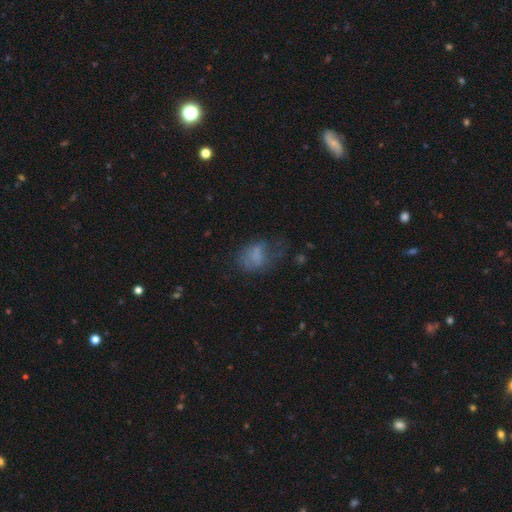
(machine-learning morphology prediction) Smooth or featured: smooth — 56% (featured or disk — 28%)
How rounded: in between — 73% (round — 25%)
Merging: major disturbance — 36% (none — 34%)